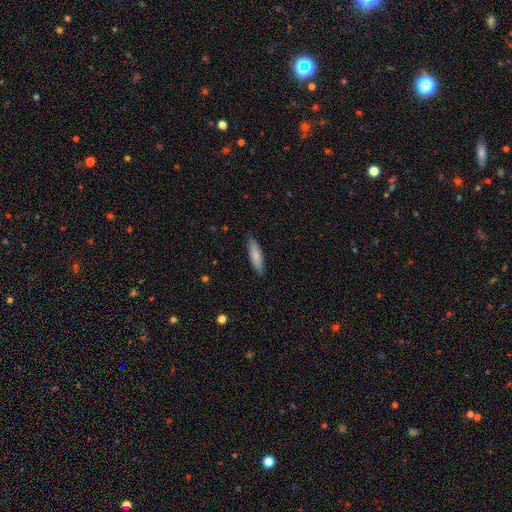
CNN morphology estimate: Smooth or featured?
  - smooth: 80% *
  - featured or disk: 14%
  - star or artifact: 6%
How rounded?
  - cigar-shaped: 69% *
  - in between: 29%
  - round: 1%
Merging?
  - none: 88% *
  - minor disturbance: 9%
  - major disturbance: 2%
  - merger: 1%